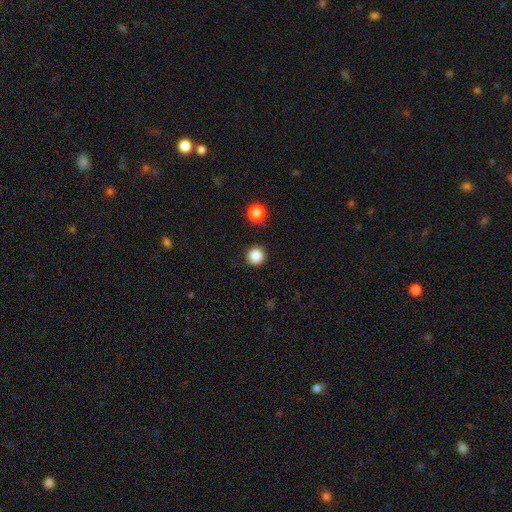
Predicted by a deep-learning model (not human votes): smooth 86%, star or artifact 11%, featured or disk 3%. Down the decision tree: how rounded — round (95%); merging — none (90%).